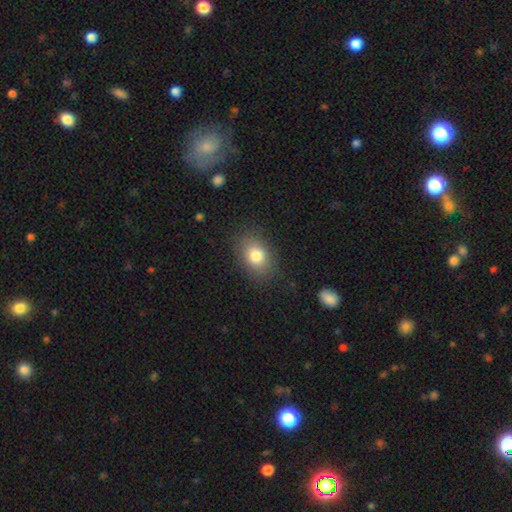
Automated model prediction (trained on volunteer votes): Morphology: type=smooth (81%); roundness=in between (73%); merging=none (84%).